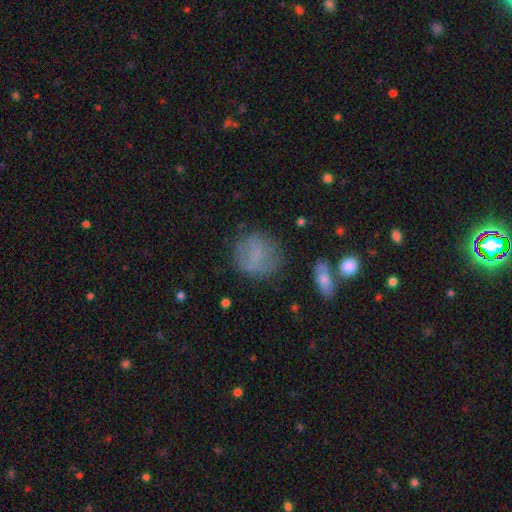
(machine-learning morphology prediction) smooth 66%, featured or disk 23%, star or artifact 11%. Down the decision tree: how rounded — round (77%); merging — none (70%).